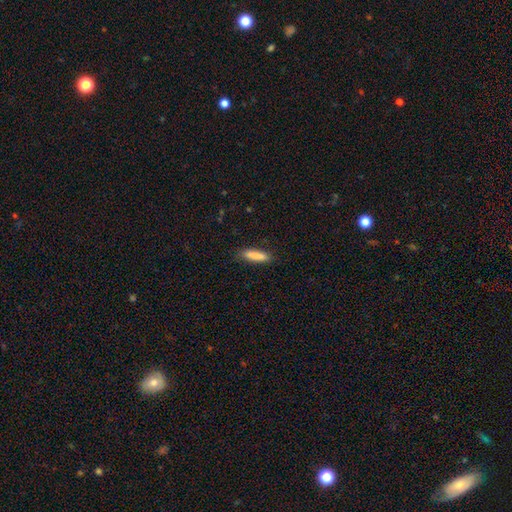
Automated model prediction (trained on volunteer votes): Smooth or featured? Predicted: smooth (p=0.86). How rounded? Predicted: cigar-shaped (p=0.77). Merging? Predicted: none (p=0.84).